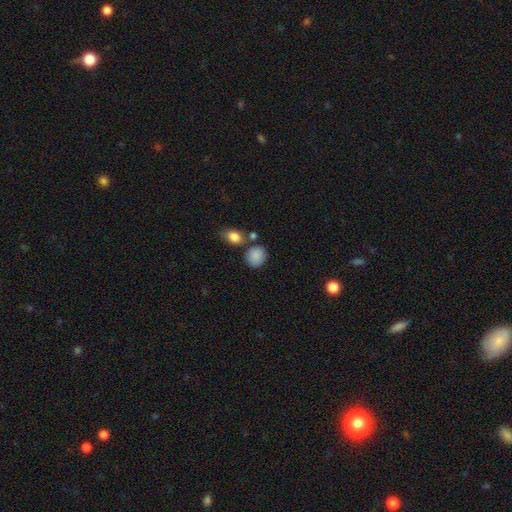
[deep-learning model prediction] Smooth or featured? Predicted: smooth (p=0.87). How rounded? Predicted: round (p=0.66). Merging? Predicted: none (p=0.70).